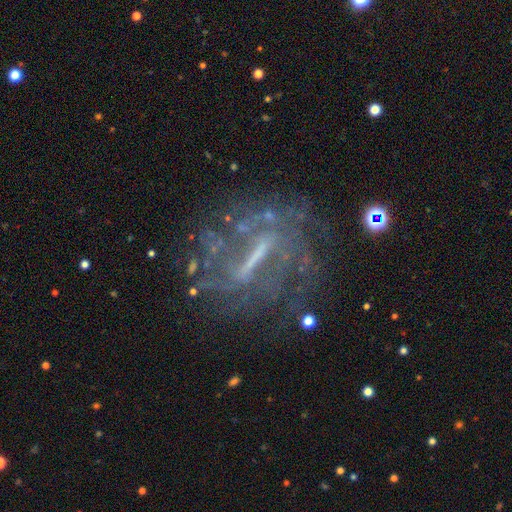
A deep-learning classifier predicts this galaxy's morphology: This is likely a featured or disk galaxy (76%). It is likely not viewed edge-on (80%). Bar: likely strong (67%). Spiral arm pattern: possibly yes (59%). Central bulge: marginally none (44%). Merging: likely none (62%).